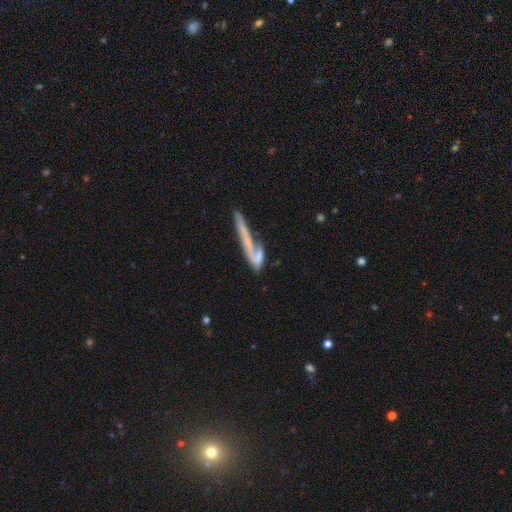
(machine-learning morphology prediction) Overall: smooth (48%; featured or disk 44%). Merging: merger (34%; none 31%).